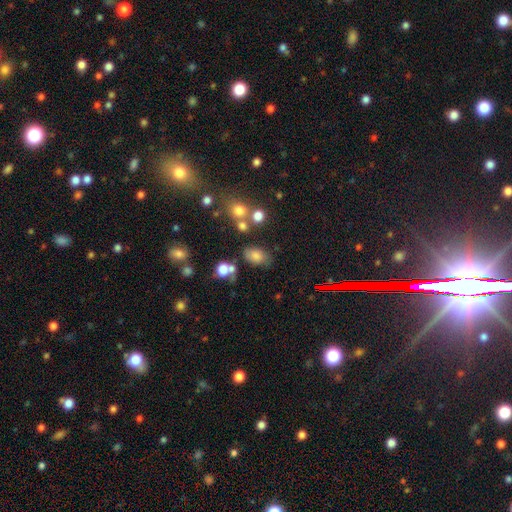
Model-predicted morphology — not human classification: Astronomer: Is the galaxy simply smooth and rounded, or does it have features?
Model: smooth — 72%.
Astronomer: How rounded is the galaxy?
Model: in between — 80%.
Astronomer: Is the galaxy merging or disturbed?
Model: none — 61%.